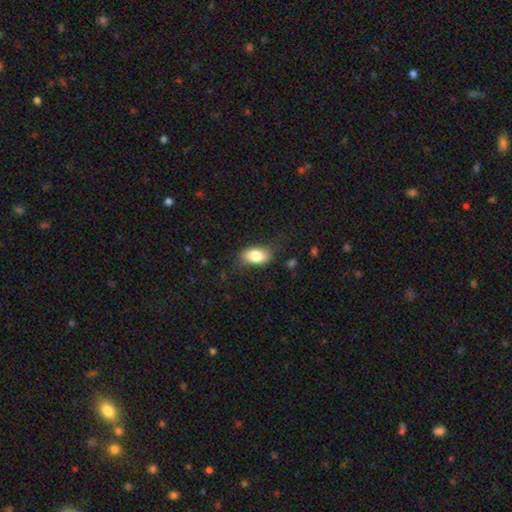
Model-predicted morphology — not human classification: Smooth or featured? Predicted: smooth (p=0.79). How rounded? Predicted: in between (p=0.89). Merging? Predicted: none (p=0.75).